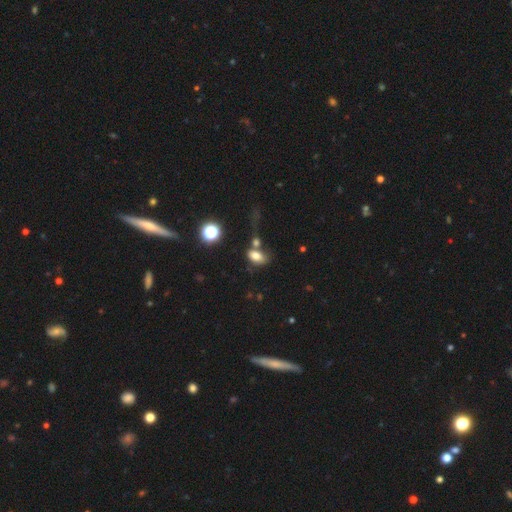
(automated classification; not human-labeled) Smooth or featured: smooth — 75% (star or artifact — 13%)
How rounded: in between — 85% (round — 12%)
Merging: none — 44% (merger — 29%)